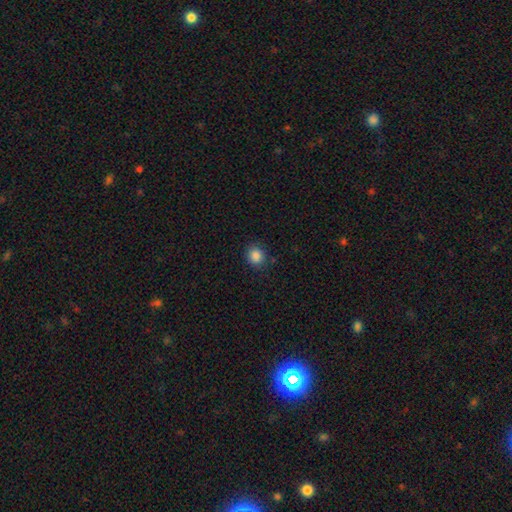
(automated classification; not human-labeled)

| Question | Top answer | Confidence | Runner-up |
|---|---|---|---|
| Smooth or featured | smooth | 86% | star or artifact (10%) |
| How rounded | round | 79% | in between (20%) |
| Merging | none | 85% | minor disturbance (10%) |